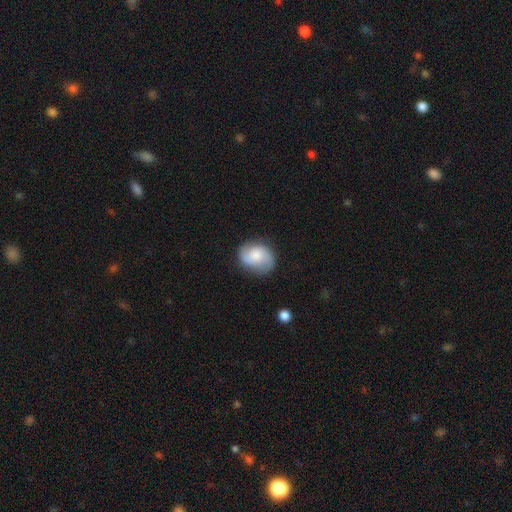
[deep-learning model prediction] A featured or disk galaxy (50%).

Vote fractions:
- Smooth or featured? featured or disk: 50% / smooth: 43% / star or artifact: 8%
- Merging? none: 77% / minor disturbance: 17% / major disturbance: 5% / merger: 1%